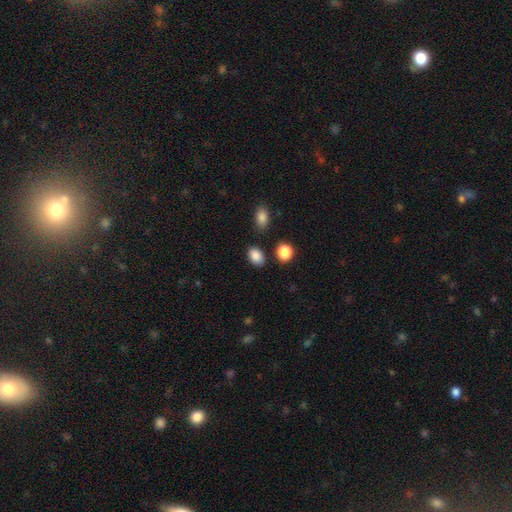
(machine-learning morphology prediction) Smooth or featured: smooth — 87% (star or artifact — 9%)
How rounded: in between — 77% (round — 22%)
Merging: none — 82% (minor disturbance — 11%)